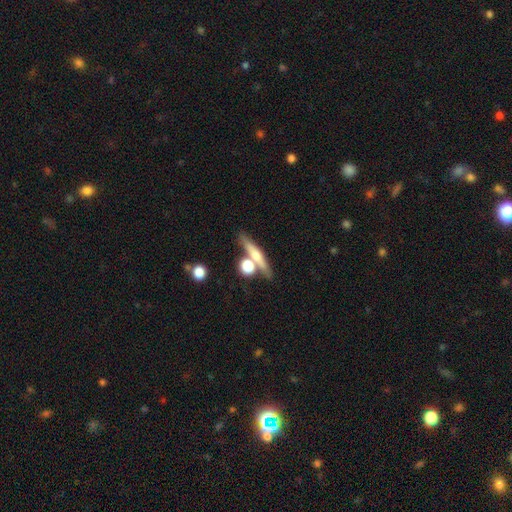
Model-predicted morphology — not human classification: Q: Smooth or featured?
A: featured or disk (49%); runner-up: smooth (42%)
Q: Merging?
A: none (66%); runner-up: merger (21%)